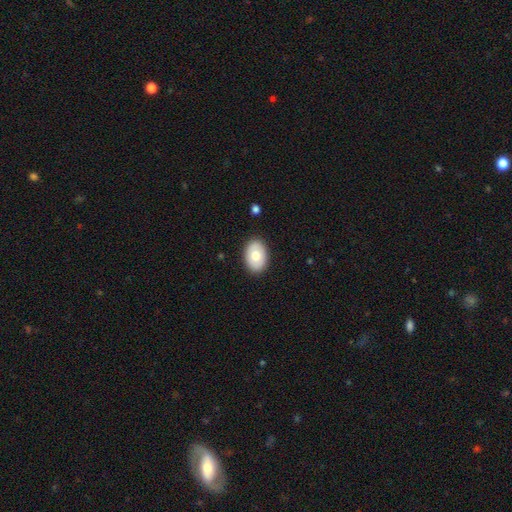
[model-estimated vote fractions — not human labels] smooth 72%, featured or disk 22%, star or artifact 6%. Down the decision tree: how rounded — in between (83%); merging — none (88%).